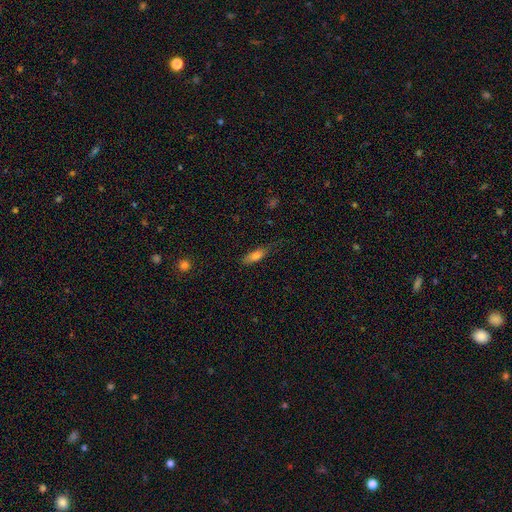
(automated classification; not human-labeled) Smooth or featured? smooth (75%)
How rounded? in between (56%)
Merging? none (59%)